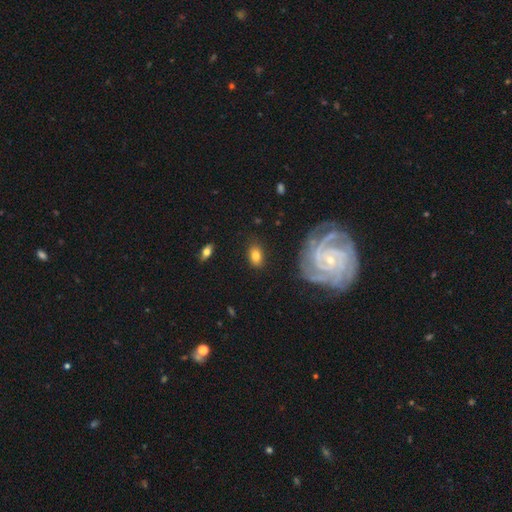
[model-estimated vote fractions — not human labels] The model was most divided on "smooth or featured": smooth: 70%, featured or disk: 21%, star or artifact: 9%. More confident: merging — none (82%); how rounded — in between (82%).